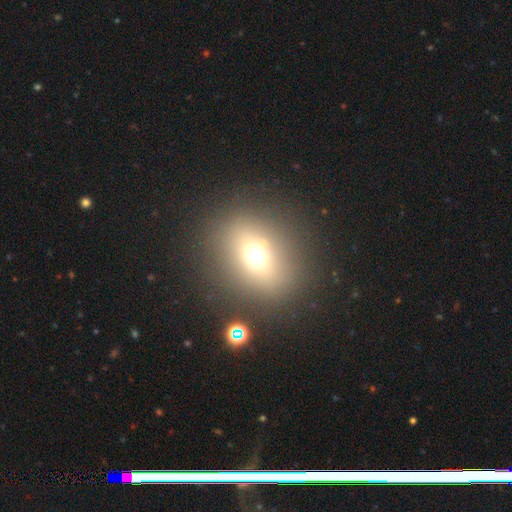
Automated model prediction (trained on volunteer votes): Morphology: type=smooth (63%); roundness=round (60%); merging=none (83%).